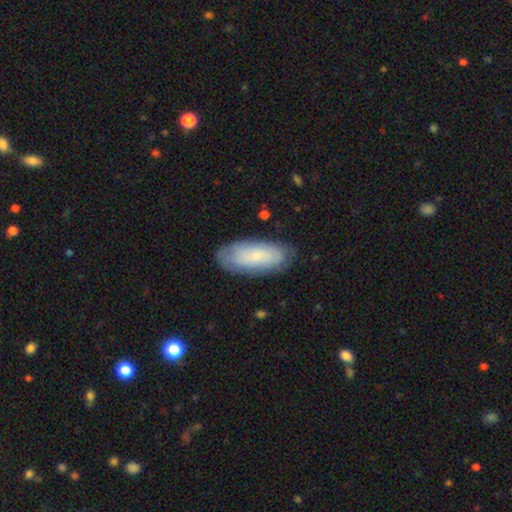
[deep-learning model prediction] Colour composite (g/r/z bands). It shows a smooth galaxy with no disk features (64%) that is in between round and cigar-shaped (83%). Merging: none (80%).